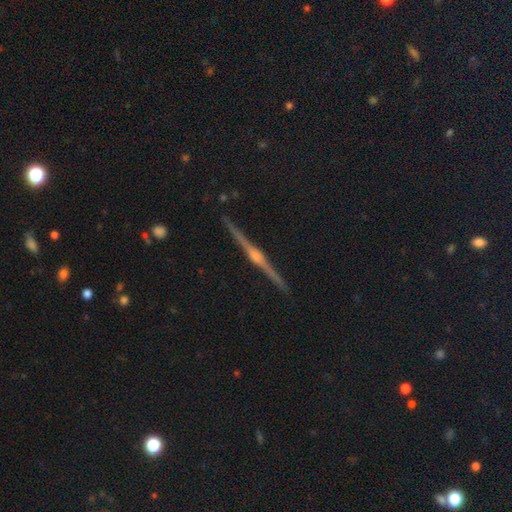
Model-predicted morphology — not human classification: type=featured or disk (83%); edge-on=yes (98%); edge-on bulge=rounded (88%); merging=none (92%).